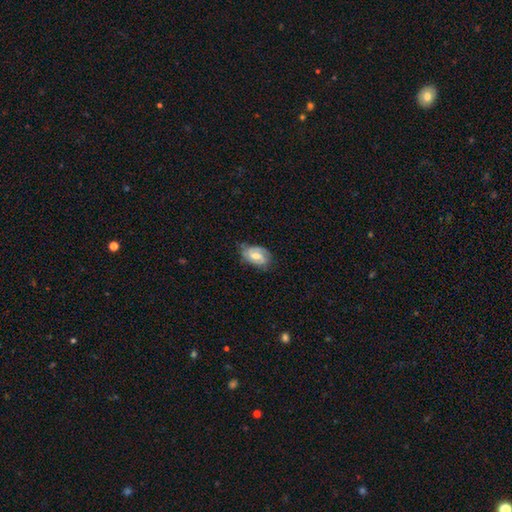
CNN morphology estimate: featured or disk 62%, smooth 31%, star or artifact 7%. Down the decision tree: edge-on disk — no (96%); bar — weak (48%); spiral arms — yes (87%); spiral arm count — 2 (67%); spiral winding — medium (41%); bulge size — moderate (63%); merging — none (63%).